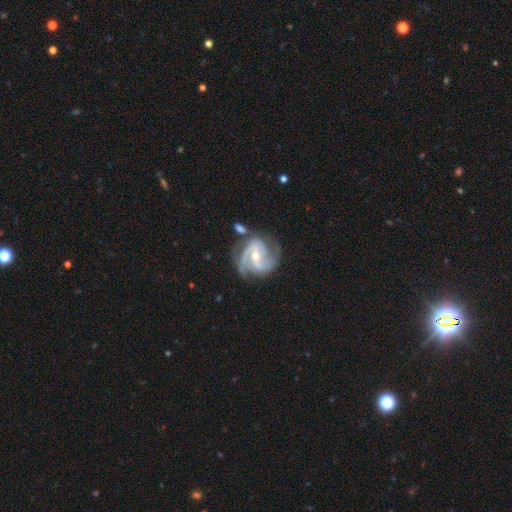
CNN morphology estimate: type=featured or disk (91%); edge-on=no (98%); bar=weak (43%); spiral arms=yes (98%); winding=medium (51%); arm count=2 (47%); bulge=small (49%); merging=none (63%).